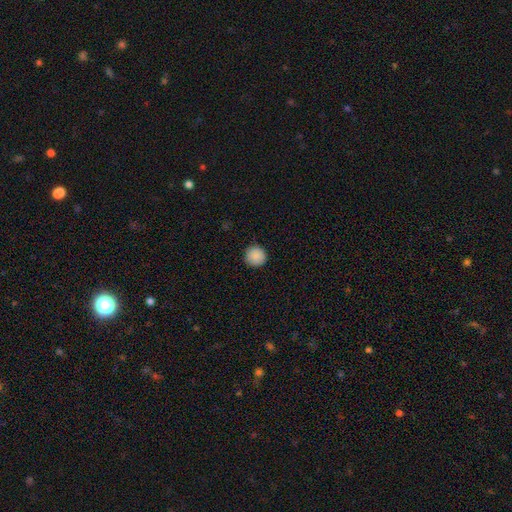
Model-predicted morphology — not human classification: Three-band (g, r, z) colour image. It shows a smooth galaxy with no disk features (89%) that is round (95%). Merging: none (91%).